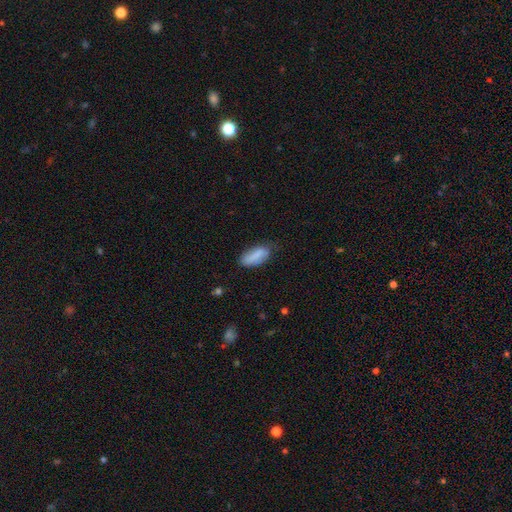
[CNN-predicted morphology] This appears to be a smooth galaxy with no disk features (80%) that is in between round and cigar-shaped (82%). Merging: none (66%).